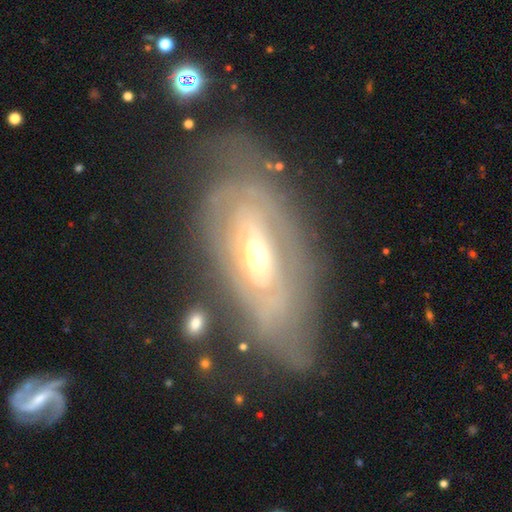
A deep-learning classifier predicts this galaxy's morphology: Q: Smooth or featured?
A: featured or disk (76%); runner-up: smooth (18%)
Q: Edge-on disk?
A: no (88%); runner-up: yes (12%)
Q: Bar?
A: no (67%); runner-up: weak (23%)
Q: Spiral arms?
A: yes (63%); runner-up: no (37%)
Q: Bulge size?
A: moderate (60%); runner-up: small (29%)
Q: Merging?
A: none (56%); runner-up: minor disturbance (23%)